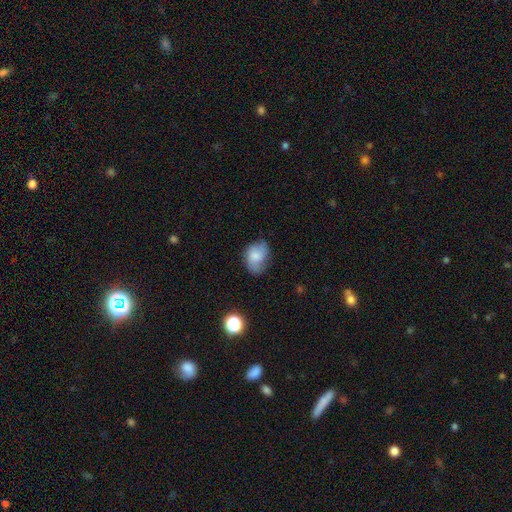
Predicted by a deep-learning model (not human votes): This is likely a smooth galaxy (69%). How rounded: likely in between (73%). Merging: possibly none (50%).